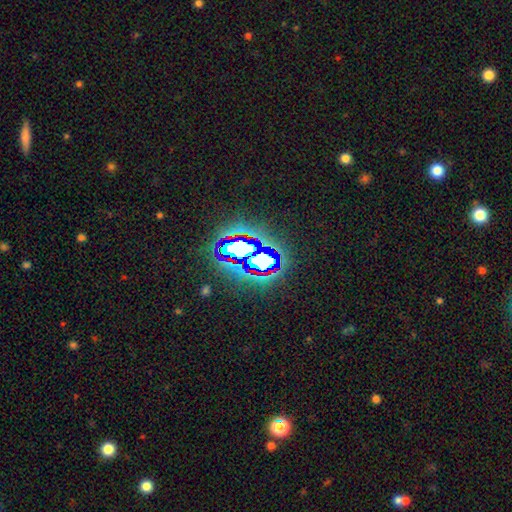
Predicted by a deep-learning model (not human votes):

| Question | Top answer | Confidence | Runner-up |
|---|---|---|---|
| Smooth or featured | star or artifact | 71% | smooth (15%) |